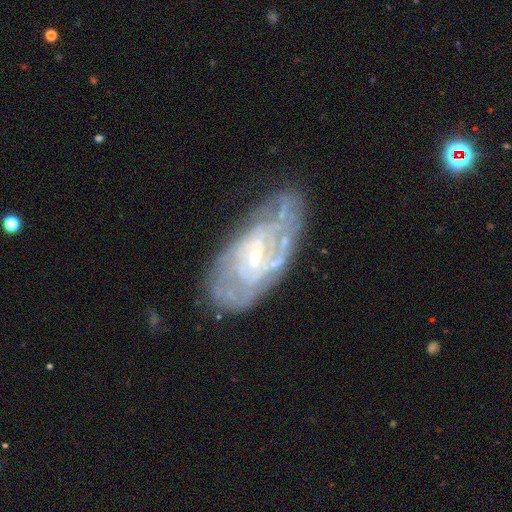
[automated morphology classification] smooth-or-featured: featured or disk: 83% | smooth: 10% | star or artifact: 6%
  disk-edge-on: no: 94% | yes: 6%
    bar: weak: 46% | no: 39% | strong: 15%
    has-spiral-arms: yes: 90% | no: 10%
      spiral-winding: tight: 60% | medium: 31% | loose: 9%
      spiral-arm-count: can't tell: 44% | 2: 25% | 3: 12% | 4: 9% | more than 4: 5% | 1: 5%
    bulge-size: small: 79% | moderate: 16% | none: 4% | large: 1% | dominant: 1%
  merging: none: 66% | minor disturbance: 22% | major disturbance: 10% | merger: 3%